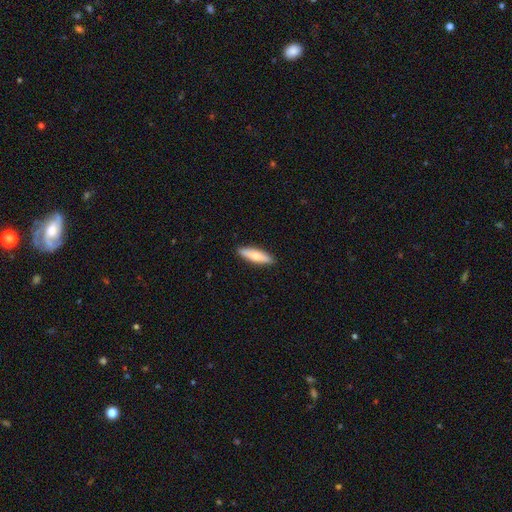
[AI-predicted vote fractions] Morphology: type=smooth (70%); roundness=cigar-shaped (68%); merging=none (91%).